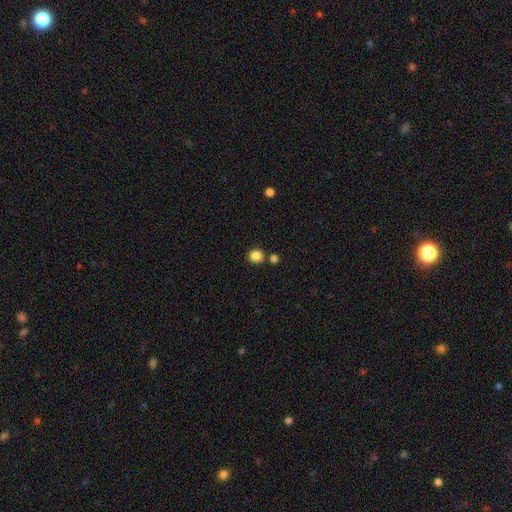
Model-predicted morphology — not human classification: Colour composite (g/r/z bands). It shows a smooth galaxy with no disk features (85%) that is round (79%). Merging: none (75%).